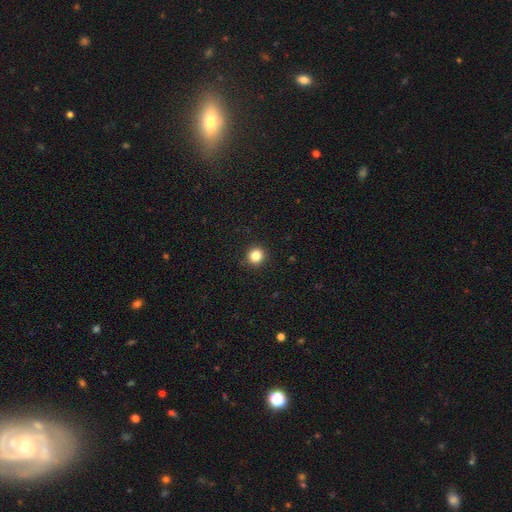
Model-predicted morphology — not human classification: Smooth or featured: smooth — 83% (star or artifact — 12%)
How rounded: round — 93% (in between — 6%)
Merging: none — 93% (minor disturbance — 5%)